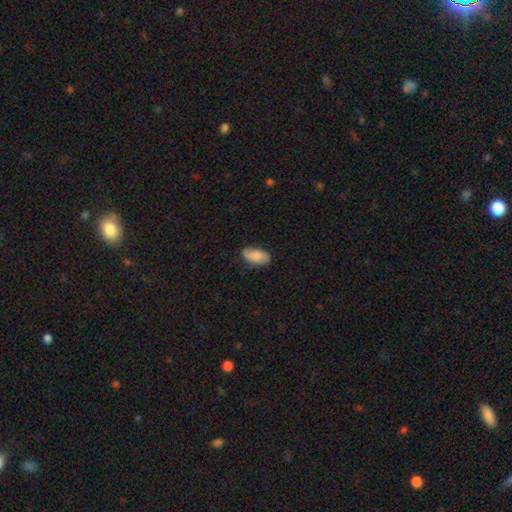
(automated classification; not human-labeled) Smooth or featured? smooth (80%)
How rounded? in between (94%)
Merging? none (80%)